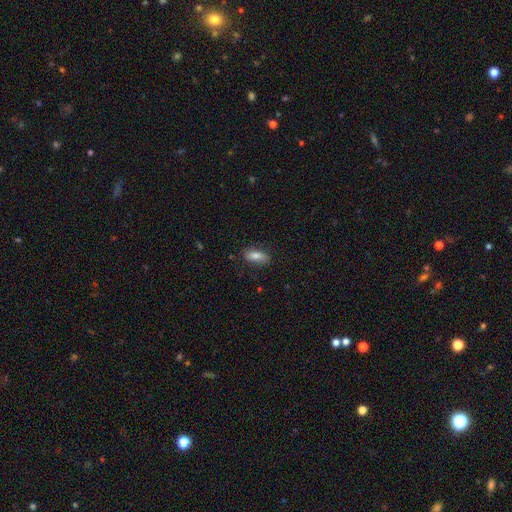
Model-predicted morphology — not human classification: The model was most divided on "how rounded": in between: 77%, cigar-shaped: 19%, round: 3%. More confident: merging — none (80%); smooth or featured — smooth (76%).